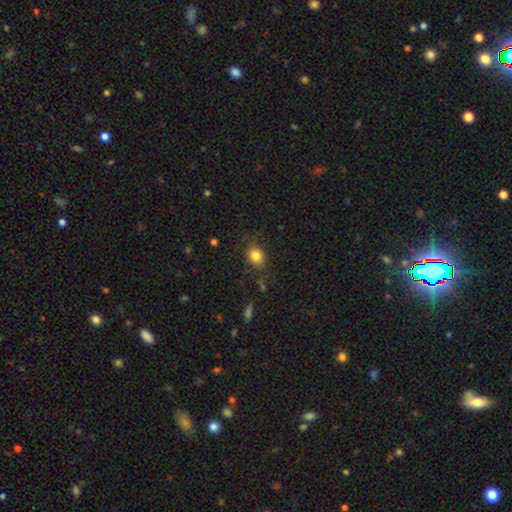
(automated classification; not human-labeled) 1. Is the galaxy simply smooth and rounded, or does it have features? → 82% smooth, 11% star or artifact, 7% featured or disk.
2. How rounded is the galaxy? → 57% round, 42% in between, 1% cigar-shaped.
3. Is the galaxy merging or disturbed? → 75% none, 17% minor disturbance, 6% major disturbance, 2% merger.